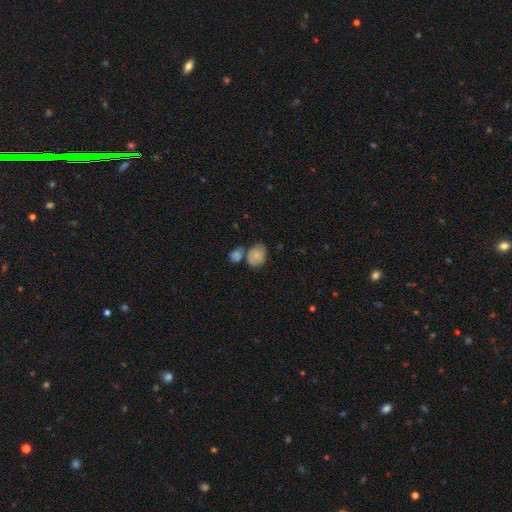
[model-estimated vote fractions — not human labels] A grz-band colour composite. It shows a smooth galaxy with no disk features (71%) that is in between round and cigar-shaped (58%). Merging: none (37%).